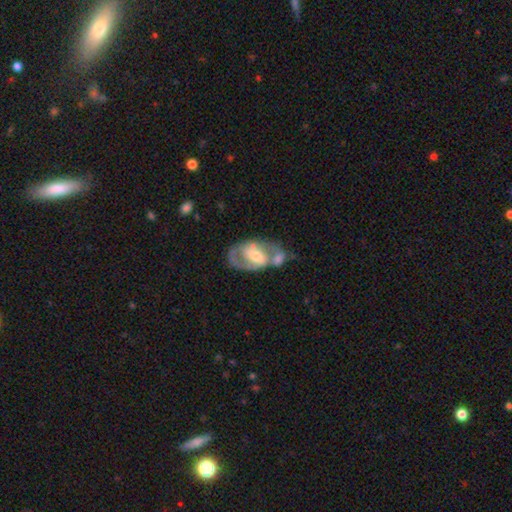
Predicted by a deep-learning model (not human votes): smooth-or-featured: featured or disk: 70% | smooth: 24% | star or artifact: 6%
  disk-edge-on: no: 95% | yes: 5%
    bar: weak: 41% | strong: 32% | no: 27%
    has-spiral-arms: yes: 68% | no: 32%
    bulge-size: moderate: 52% | small: 32% | large: 11% | none: 3% | dominant: 1%
  merging: merger: 37% | none: 31% | minor disturbance: 17% | major disturbance: 15%